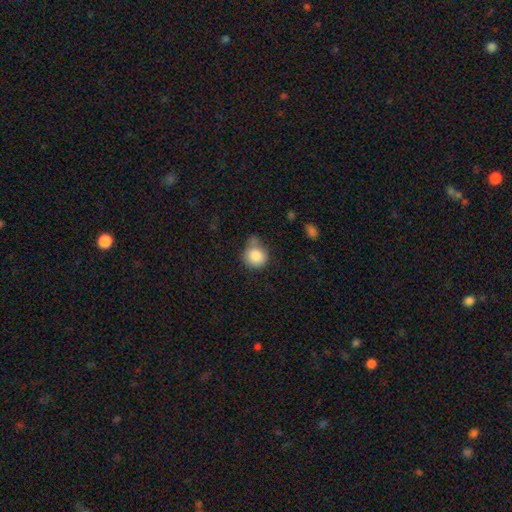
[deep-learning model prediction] Smooth or featured? Predicted: smooth (p=0.85). How rounded? Predicted: round (p=0.87). Merging? Predicted: none (p=0.52).